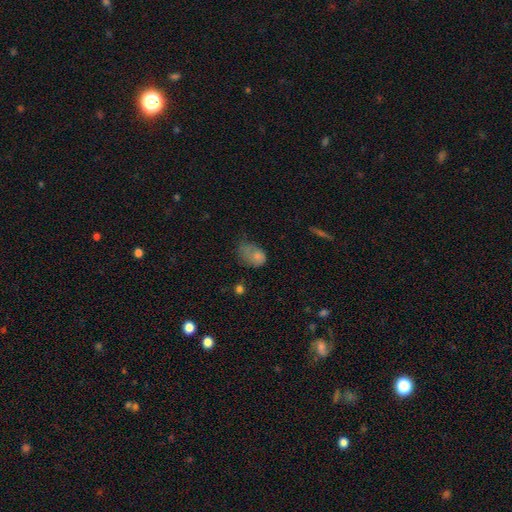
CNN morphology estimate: A smooth galaxy with no disk features (69%) that is in between round and cigar-shaped (77%). Merging: major disturbance (42%).